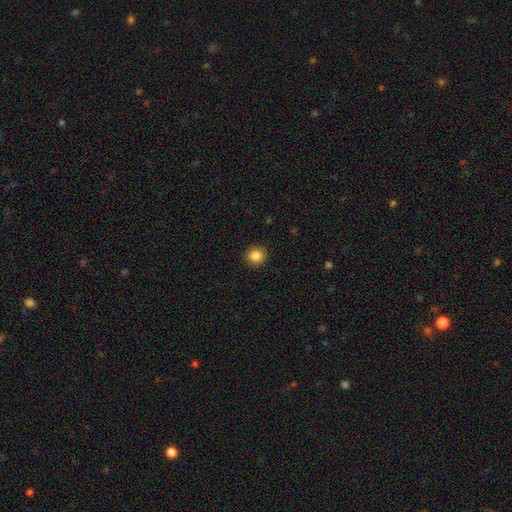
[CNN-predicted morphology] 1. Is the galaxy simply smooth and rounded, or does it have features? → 85% smooth, 10% star or artifact, 5% featured or disk.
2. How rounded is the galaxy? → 87% round, 12% in between, 1% cigar-shaped.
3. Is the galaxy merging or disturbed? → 91% none, 6% minor disturbance, 2% major disturbance, 1% merger.